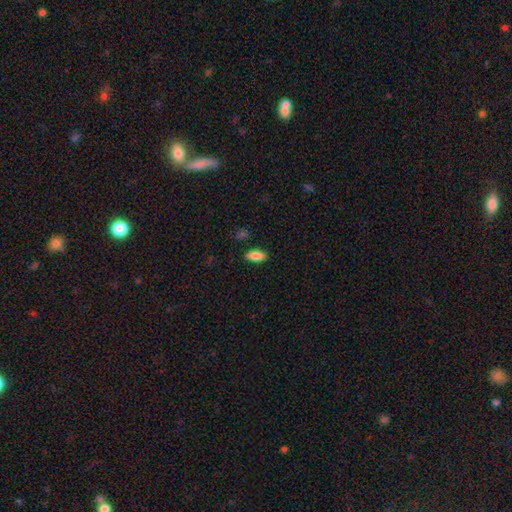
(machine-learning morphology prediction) Overall: smooth (86%). How rounded: in between (90%). Merging: none (88%).